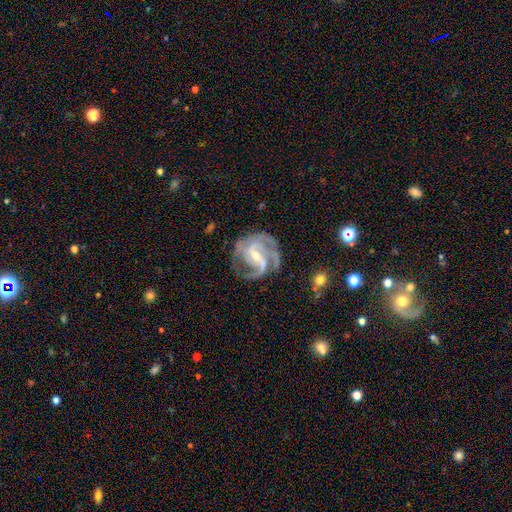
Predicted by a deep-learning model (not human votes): Overall: featured or disk (91%). Edge-on disk: no (98%). Bar: weak (47%; strong 34%). Spiral arms: yes (98%). Spiral arm count: 3 (40%; 2 32%). Spiral winding: medium (52%; tight 34%). Bulge size: small (59%; moderate 37%). Merging: none (65%).